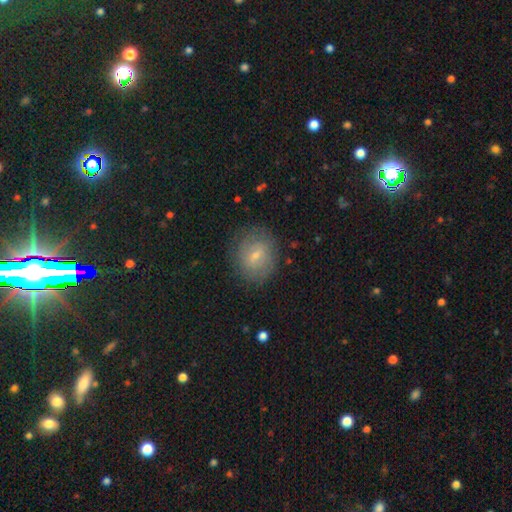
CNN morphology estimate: Overall: smooth (60%; featured or disk 31%). How rounded: round (69%; in between 29%). Merging: none (80%).